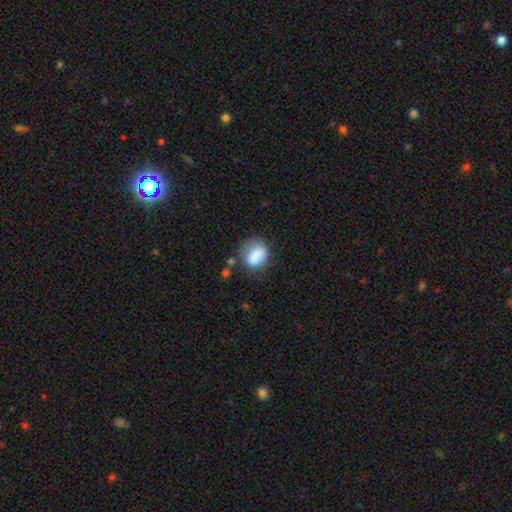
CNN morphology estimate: A smooth galaxy with no disk features (78%) that is round (50%). Merging: none (51%).